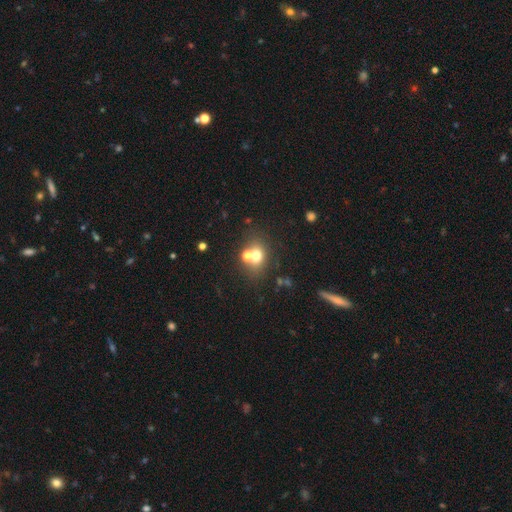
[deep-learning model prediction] This appears to be a smooth galaxy with no disk features (65%) that is round (58%). Merging: none (52%).